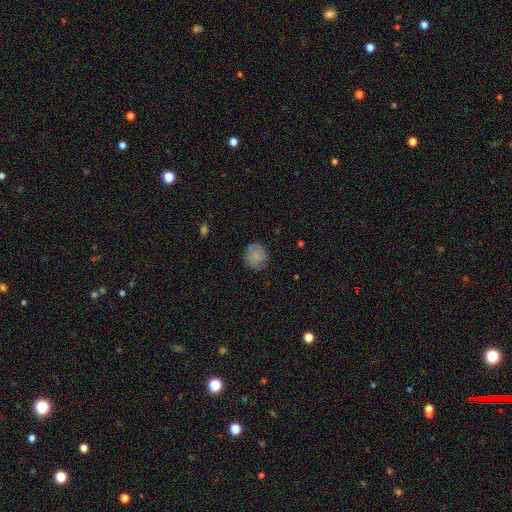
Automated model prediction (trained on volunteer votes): This appears to be a smooth galaxy with no disk features (74%) that is round (87%). Merging: none (79%).